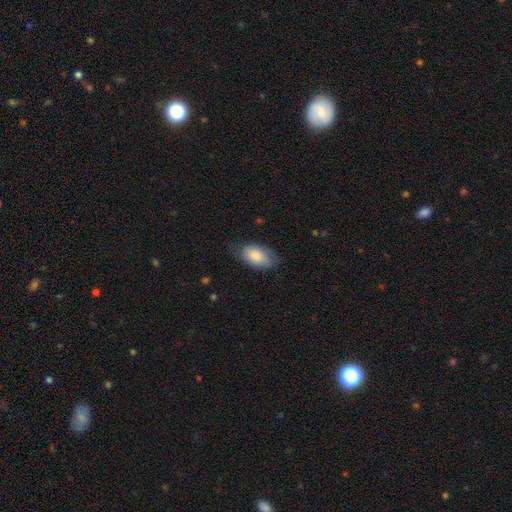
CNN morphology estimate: smooth-or-featured: smooth: 82% | featured or disk: 12% | star or artifact: 6%
  how-rounded: in between: 94% | round: 4% | cigar-shaped: 2%
  merging: none: 65% | minor disturbance: 26% | major disturbance: 7% | merger: 1%